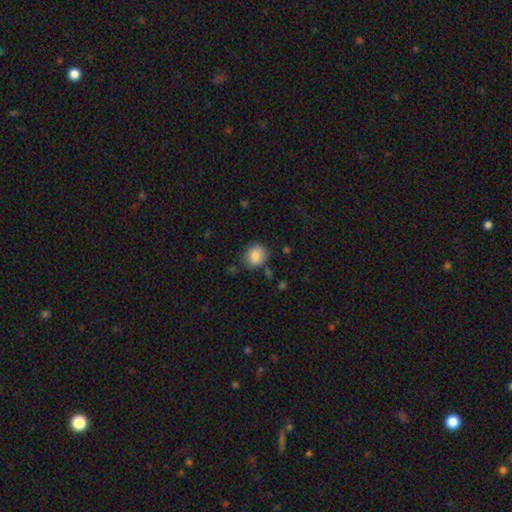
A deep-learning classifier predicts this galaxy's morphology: A smooth galaxy with no disk features (85%) that is round (73%).

Vote fractions:
- Smooth or featured? smooth: 85% / star or artifact: 8% / featured or disk: 7%
- How rounded? round: 73% / in between: 26% / cigar-shaped: 1%
- Merging? none: 78% / minor disturbance: 15% / major disturbance: 4% / merger: 3%